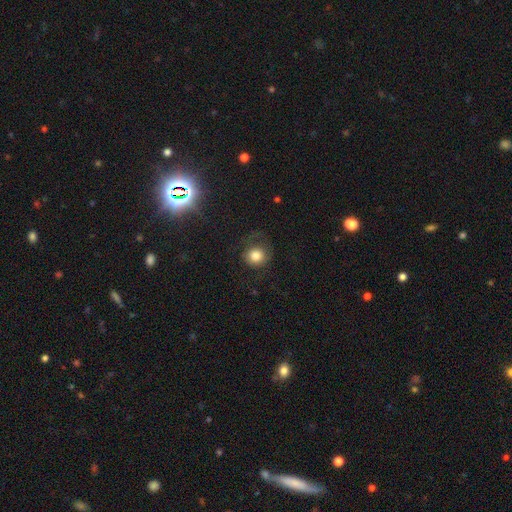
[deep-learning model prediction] smooth-or-featured: smooth: 78% | featured or disk: 11% | star or artifact: 10%
  how-rounded: round: 84% | in between: 15% | cigar-shaped: 1%
  merging: none: 67% | minor disturbance: 17% | major disturbance: 15% | merger: 1%